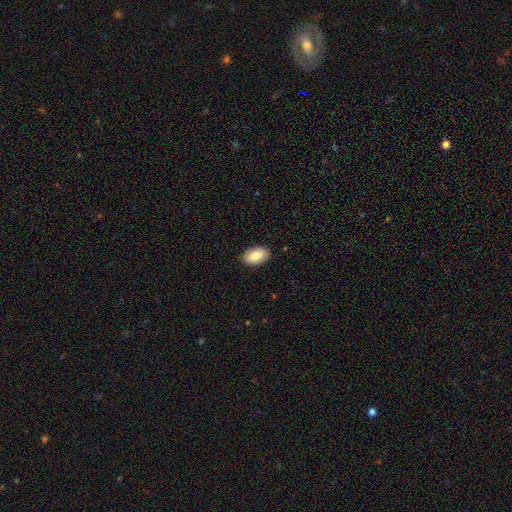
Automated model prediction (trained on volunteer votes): smooth-or-featured: smooth: 86% | featured or disk: 8% | star or artifact: 6%
  how-rounded: in between: 94% | round: 4% | cigar-shaped: 2%
  merging: none: 89% | minor disturbance: 8% | major disturbance: 2% | merger: 1%